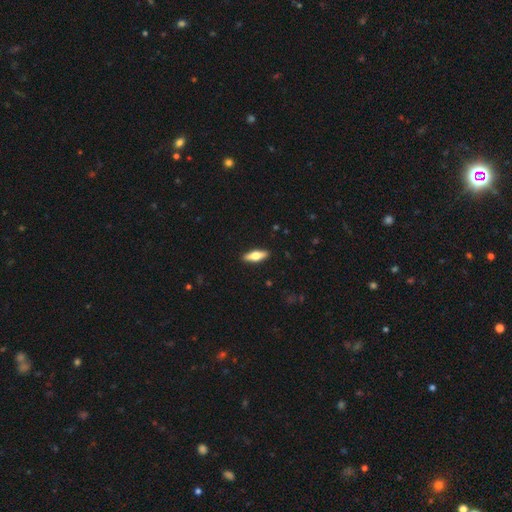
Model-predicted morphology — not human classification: smooth-or-featured: smooth: 57% | featured or disk: 38% | star or artifact: 5%
  how-rounded: in between: 54% | cigar-shaped: 44% | round: 3%
  merging: none: 91% | minor disturbance: 6% | major disturbance: 1% | merger: 1%